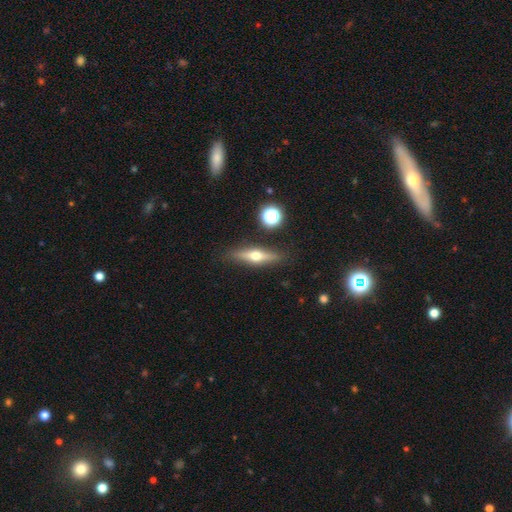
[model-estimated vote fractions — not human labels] The model was most divided on "smooth or featured": featured or disk: 56%, smooth: 36%, star or artifact: 8%. More confident: edge-on bulge — rounded (94%); edge-on disk — yes (92%); merging — none (88%).